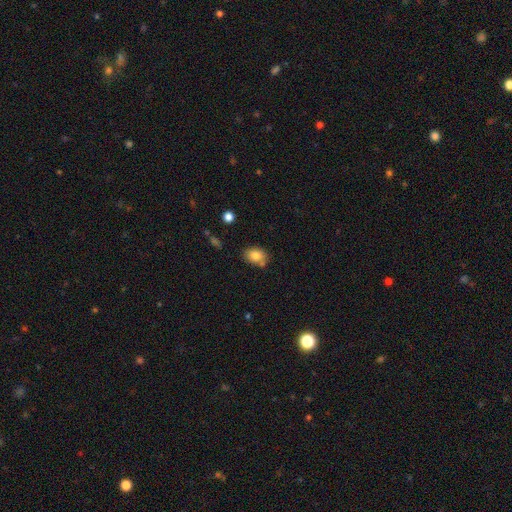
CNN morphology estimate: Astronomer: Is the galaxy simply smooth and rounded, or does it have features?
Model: smooth — 82%.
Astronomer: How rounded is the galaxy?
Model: in between — 72%.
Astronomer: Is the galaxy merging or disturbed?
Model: none — 66%.